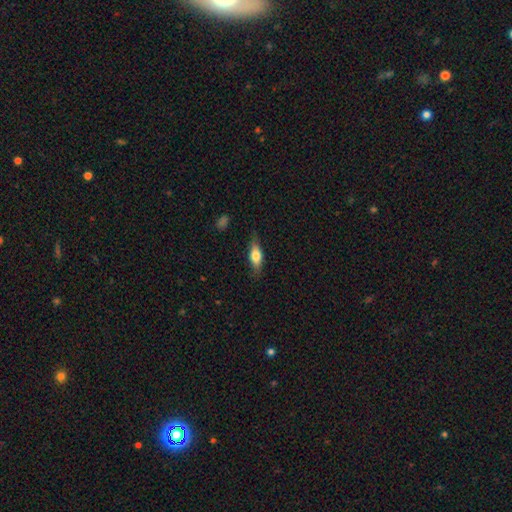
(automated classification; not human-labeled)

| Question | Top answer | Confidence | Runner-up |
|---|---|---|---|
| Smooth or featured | smooth | 62% | featured or disk (31%) |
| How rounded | in between | 65% | cigar-shaped (30%) |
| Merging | none | 77% | minor disturbance (18%) |